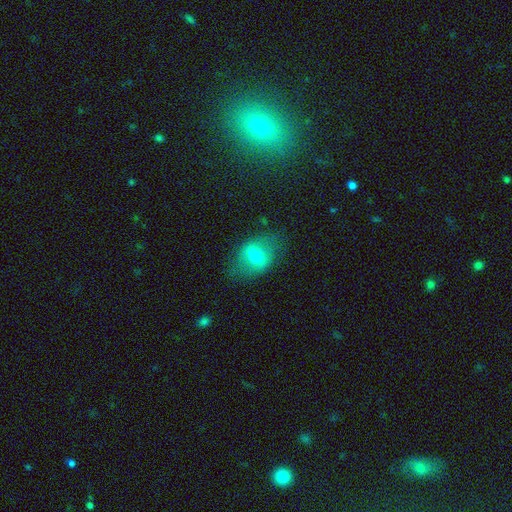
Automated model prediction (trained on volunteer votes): smooth_or_featured: smooth (p=0.61) [alt: featured or disk p=0.31]
how_rounded: in between (p=0.70) [alt: round p=0.28]
merging: none (p=0.70) [alt: minor disturbance p=0.20]